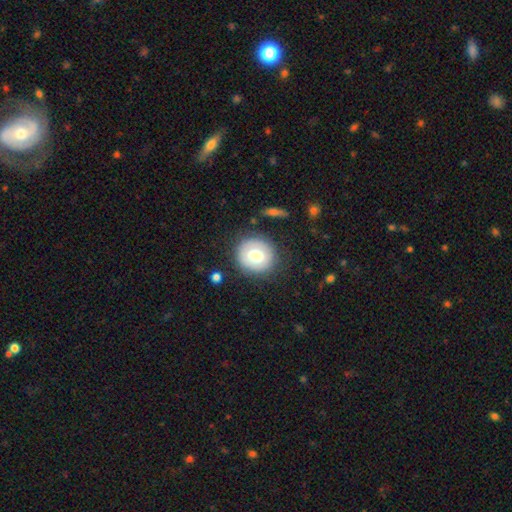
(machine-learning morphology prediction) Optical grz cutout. It shows a smooth galaxy with no disk features (65%) that is round (86%). Merging: none (83%).